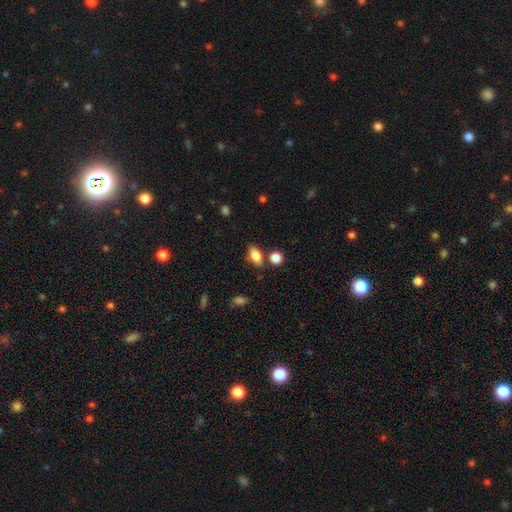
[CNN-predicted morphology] A smooth galaxy with no disk features (81%) that is in between round and cigar-shaped (83%).

Vote fractions:
- Smooth or featured? smooth: 81% / featured or disk: 10% / star or artifact: 9%
- How rounded? in between: 83% / round: 10% / cigar-shaped: 7%
- Merging? none: 76% / minor disturbance: 13% / merger: 9% / major disturbance: 3%